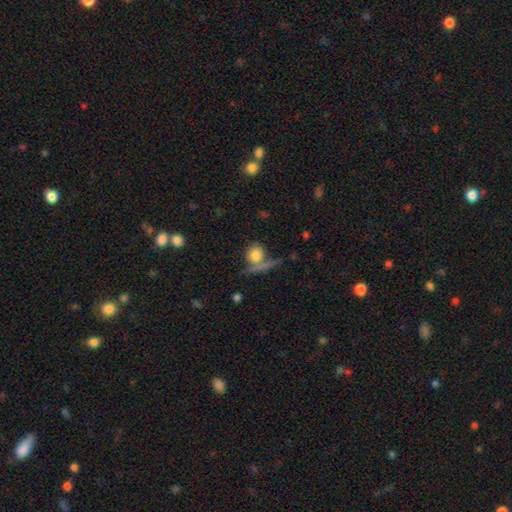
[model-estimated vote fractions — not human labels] Smooth or featured?
  - smooth: 77% *
  - featured or disk: 14%
  - star or artifact: 10%
How rounded?
  - round: 74% *
  - in between: 22%
  - cigar-shaped: 4%
Merging?
  - none: 53% *
  - merger: 24%
  - minor disturbance: 13%
  - major disturbance: 10%